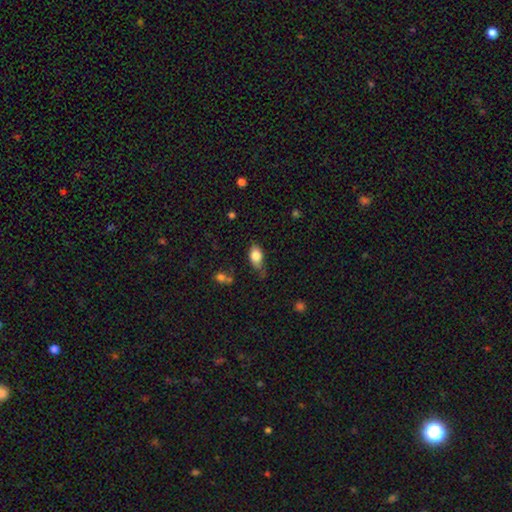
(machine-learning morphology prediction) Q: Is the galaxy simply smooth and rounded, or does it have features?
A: smooth — 79%.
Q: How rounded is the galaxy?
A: in between — 87%.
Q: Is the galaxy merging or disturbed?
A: none — 58%.